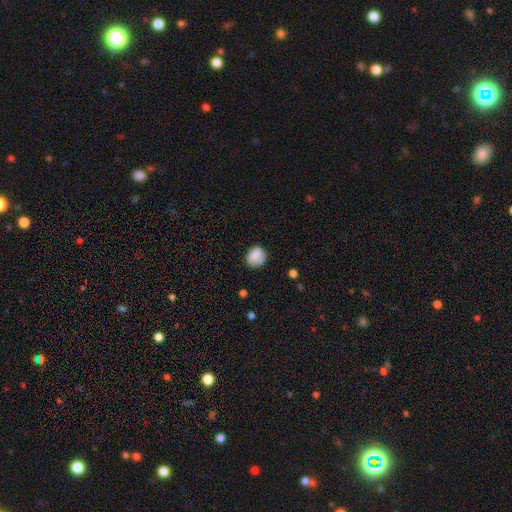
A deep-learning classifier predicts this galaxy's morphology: smooth-or-featured: smooth: 85% | star or artifact: 8% | featured or disk: 7%
  how-rounded: round: 70% | in between: 29% | cigar-shaped: 1%
  merging: none: 76% | minor disturbance: 19% | major disturbance: 4% | merger: 2%